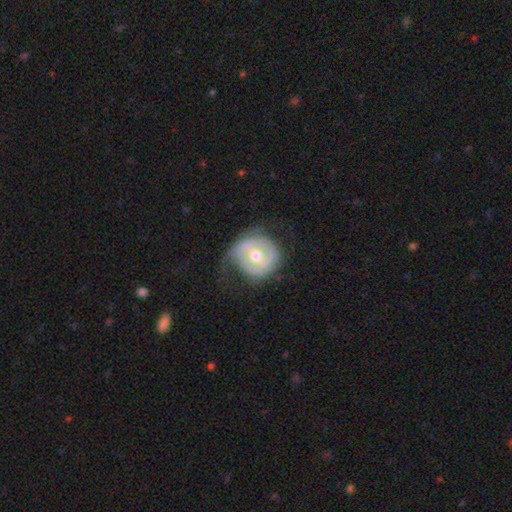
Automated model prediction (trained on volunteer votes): Morphology: type=featured or disk (62%); edge-on=no (97%); bar=no (61%); spiral arms=yes (60%); bulge=moderate (74%); merging=none (48%).